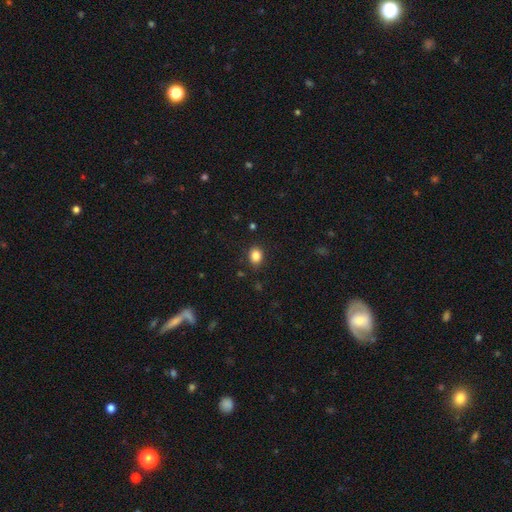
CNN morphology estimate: A smooth galaxy with no disk features (85%) that is in between round and cigar-shaped (53%). Merging: none (86%).